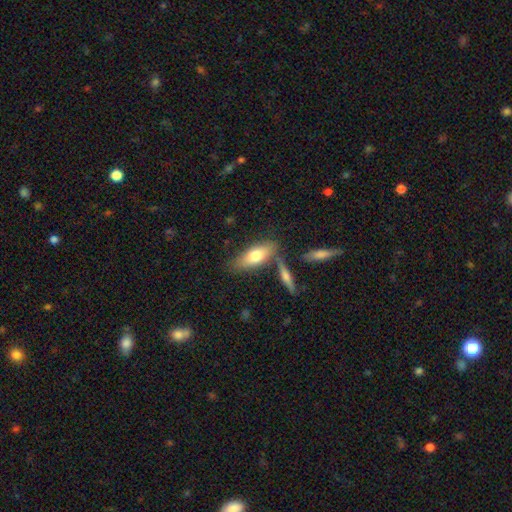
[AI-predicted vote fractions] This appears to be a smooth galaxy with no disk features (72%) that is in between round and cigar-shaped (76%). Merging: none (65%).